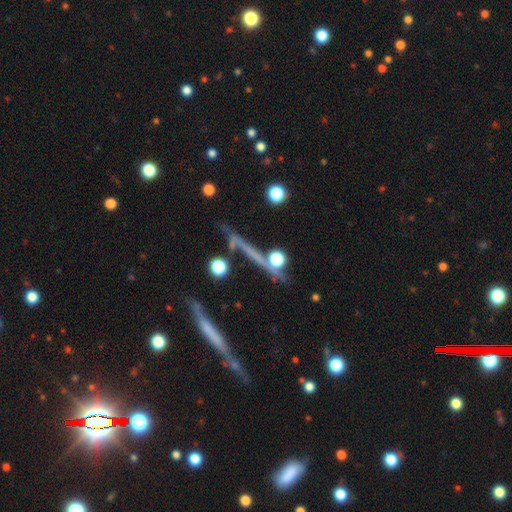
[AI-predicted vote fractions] Smooth or featured? featured or disk (46%)
Merging? none (71%)